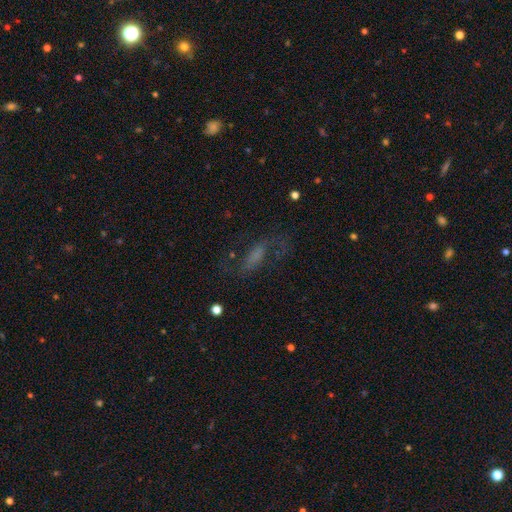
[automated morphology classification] A featured or disk galaxy (45%).

Vote fractions:
- Smooth or featured? featured or disk: 45% / smooth: 37% / star or artifact: 18%
- Merging? none: 53% / major disturbance: 25% / minor disturbance: 19% / merger: 3%